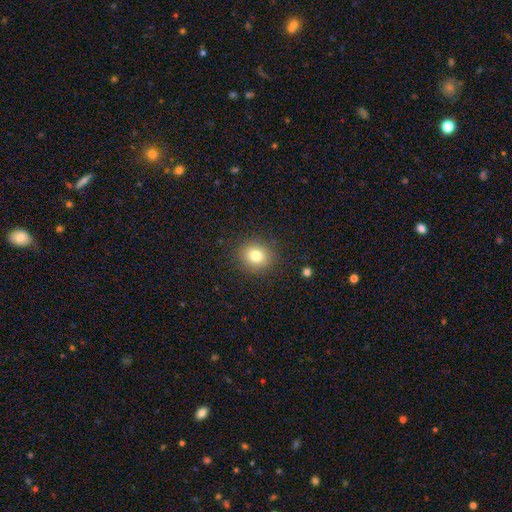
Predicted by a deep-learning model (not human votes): The model was most divided on "how rounded": round: 79%, in between: 20%, cigar-shaped: 1%. More confident: merging — none (88%); smooth or featured — smooth (79%).